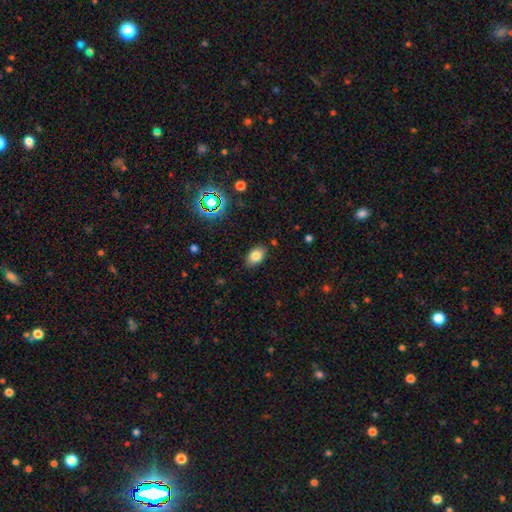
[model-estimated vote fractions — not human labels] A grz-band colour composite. It shows a smooth galaxy with no disk features (80%) that is in between round and cigar-shaped (86%). Merging: none (85%).